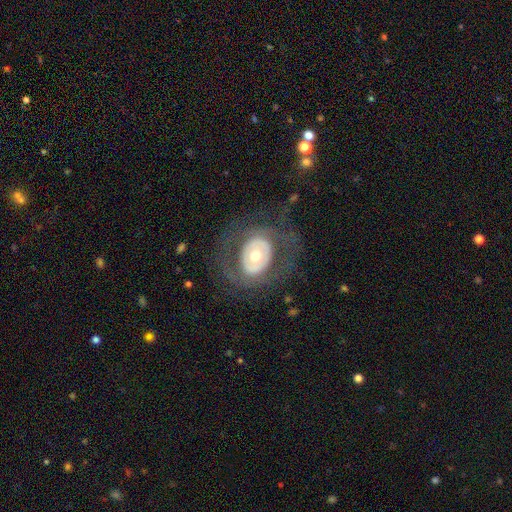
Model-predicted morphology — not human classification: type=featured or disk (63%); edge-on=no (94%); bar=no (80%); spiral arms=no (75%); bulge=moderate (72%); merging=none (70%).